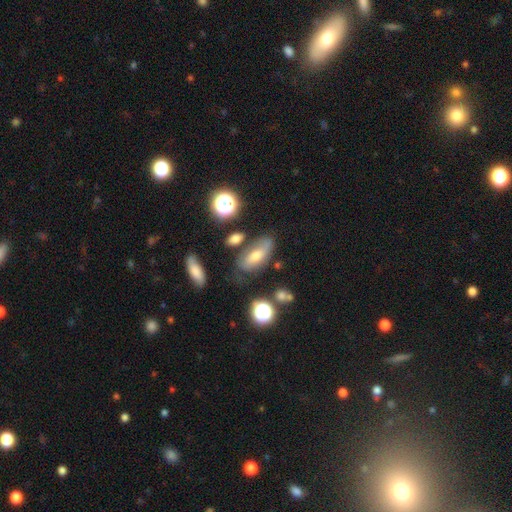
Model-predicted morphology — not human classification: This is possibly a smooth galaxy (48%). Merging: possibly none (57%).